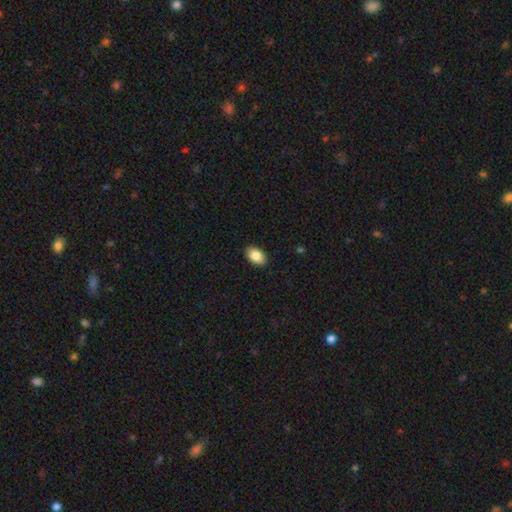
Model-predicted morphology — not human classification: Smooth or featured? smooth (85%)
How rounded? in between (91%)
Merging? none (90%)